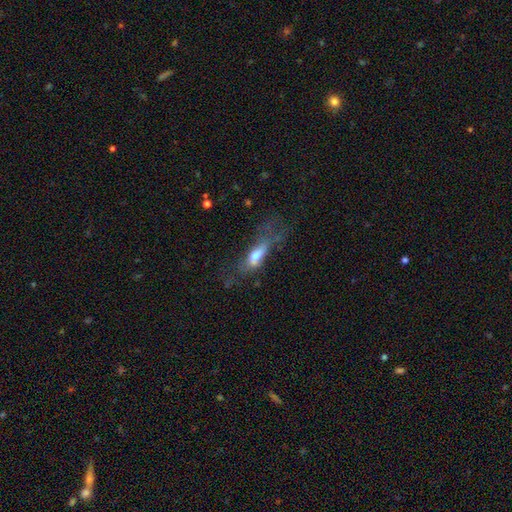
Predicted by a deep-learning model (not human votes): Smooth or featured? Predicted: smooth (p=0.57). How rounded? Predicted: in between (p=0.54). Merging? Predicted: major disturbance (p=0.41).